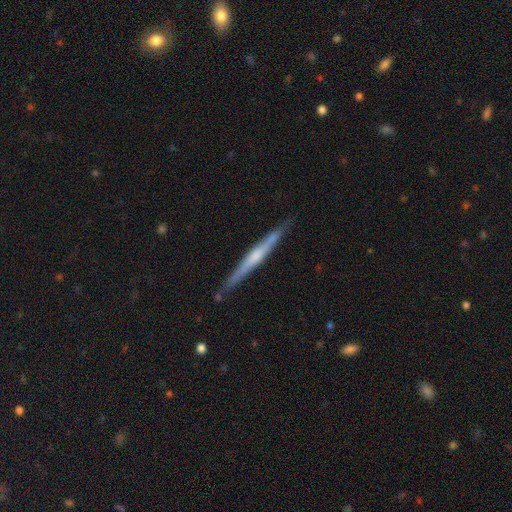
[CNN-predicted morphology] smooth-or-featured: featured or disk: 65% | smooth: 30% | star or artifact: 5%
  disk-edge-on: yes: 97% | no: 3%
    edge-on-bulge: rounded: 48% | none: 39% | boxy: 13%
  merging: none: 86% | minor disturbance: 11% | merger: 2% | major disturbance: 2%